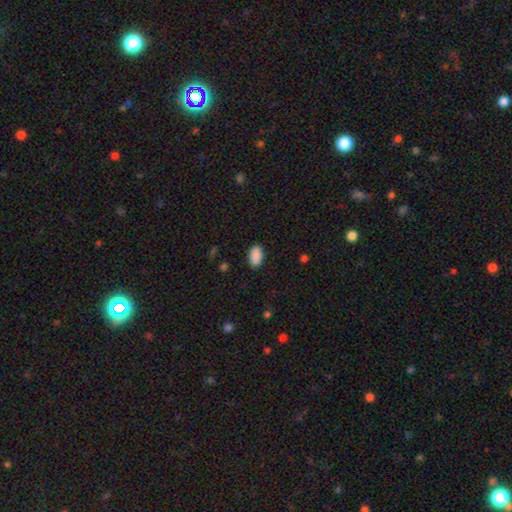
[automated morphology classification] Smooth or featured? Predicted: smooth (p=0.90). How rounded? Predicted: in between (p=0.94). Merging? Predicted: none (p=0.88).